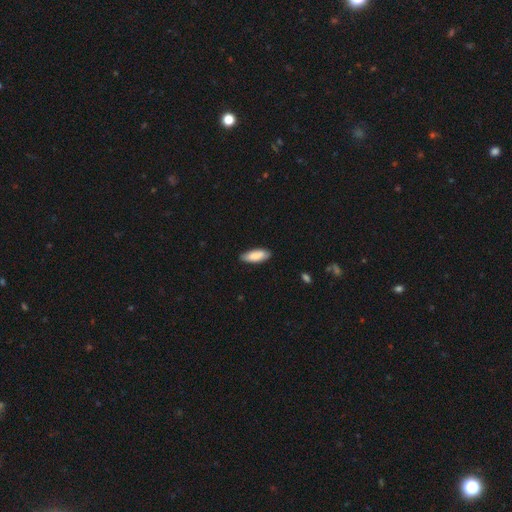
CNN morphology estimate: Smooth or featured? Predicted: smooth (p=0.86). How rounded? Predicted: in between (p=0.77). Merging? Predicted: none (p=0.83).